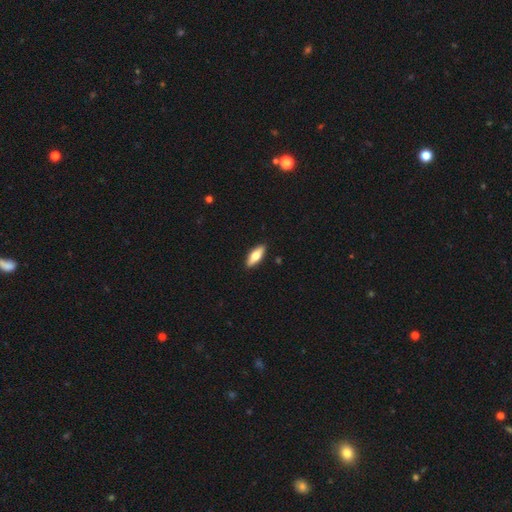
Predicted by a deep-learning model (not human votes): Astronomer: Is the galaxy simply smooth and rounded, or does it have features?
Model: smooth — 68%.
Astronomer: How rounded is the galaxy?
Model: in between — 64%.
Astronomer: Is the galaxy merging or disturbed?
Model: none — 91%.